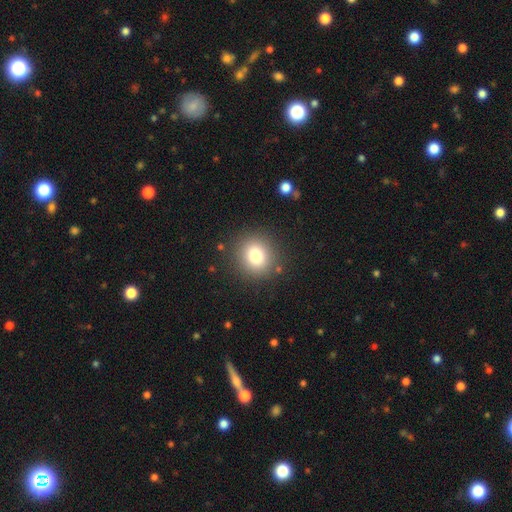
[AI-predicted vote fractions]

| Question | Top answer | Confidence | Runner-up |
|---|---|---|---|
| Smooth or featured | smooth | 78% | star or artifact (13%) |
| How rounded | round | 88% | in between (11%) |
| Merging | none | 88% | minor disturbance (7%) |